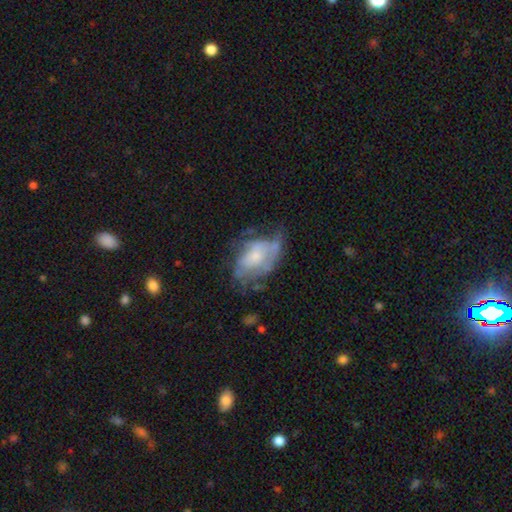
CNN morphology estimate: This is possibly a featured or disk galaxy (57%). It is clearly not viewed edge-on (95%). Bar: likely no (74%). Spiral arm pattern: possibly no (51%). Central bulge: possibly small (46%). Merging: marginally none (37%).